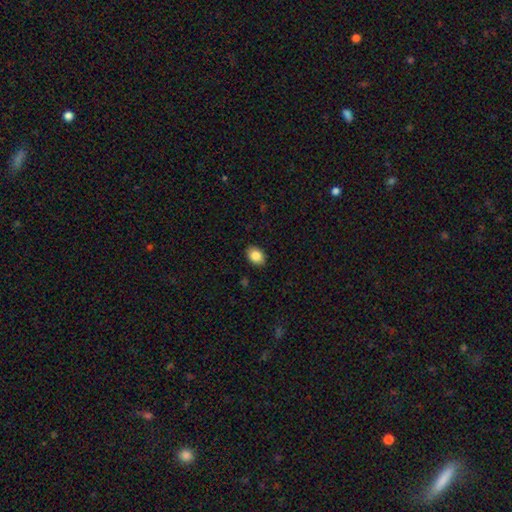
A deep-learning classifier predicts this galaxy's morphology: smooth_or_featured: smooth (p=0.86) [alt: star or artifact p=0.08]
how_rounded: in between (p=0.77) [alt: round p=0.22]
merging: none (p=0.88) [alt: minor disturbance p=0.09]